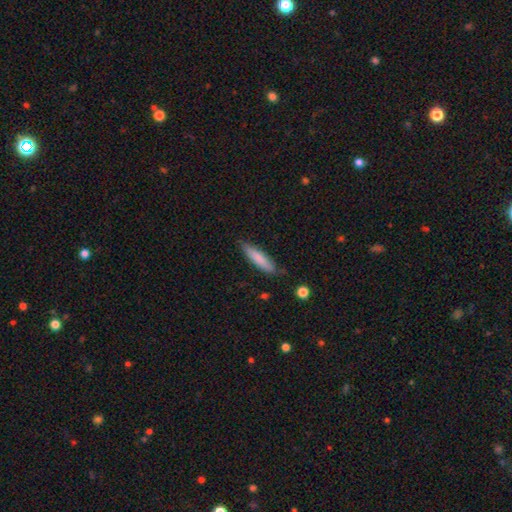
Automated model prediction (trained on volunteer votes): Smooth or featured? Predicted: smooth (p=0.79). How rounded? Predicted: cigar-shaped (p=0.83). Merging? Predicted: none (p=0.83).